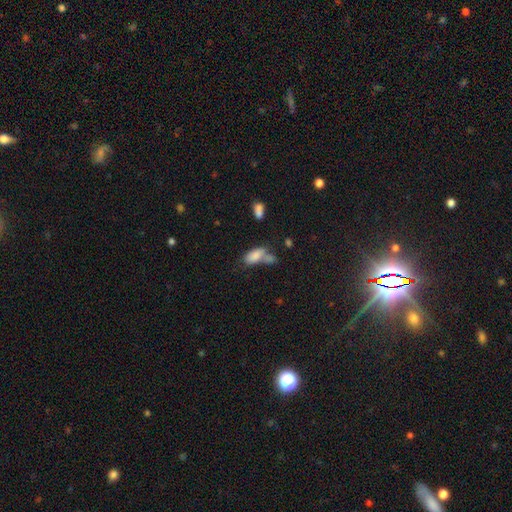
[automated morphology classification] smooth_or_featured: smooth (p=0.81) [alt: featured or disk p=0.10]
how_rounded: in between (p=0.87) [alt: cigar-shaped p=0.10]
merging: merger (p=0.41) [alt: none p=0.34]